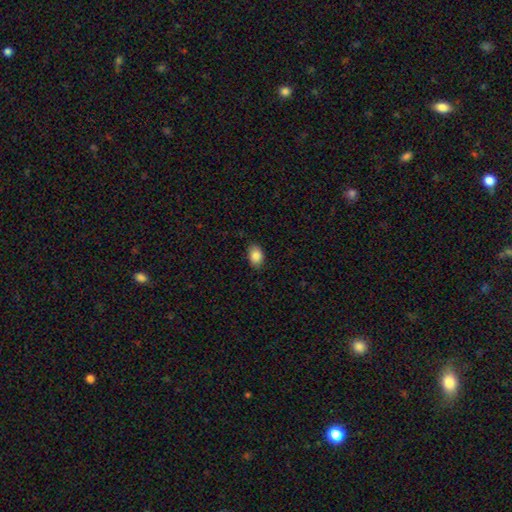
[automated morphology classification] Q: Smooth or featured?
A: smooth (88%); runner-up: star or artifact (8%)
Q: How rounded?
A: in between (78%); runner-up: round (21%)
Q: Merging?
A: none (84%); runner-up: minor disturbance (12%)